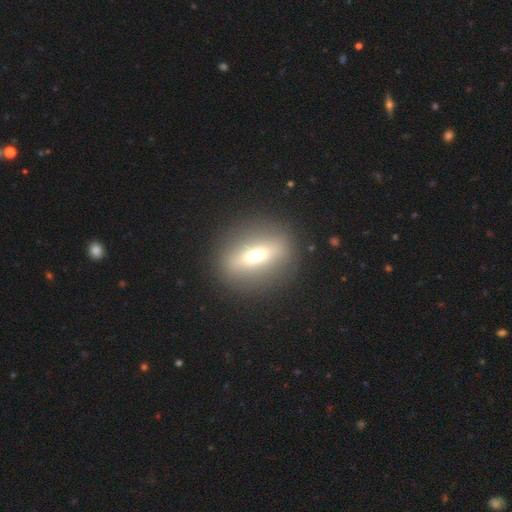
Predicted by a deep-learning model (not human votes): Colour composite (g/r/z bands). It shows a featured or disk galaxy (48%). Merging: none (88%).